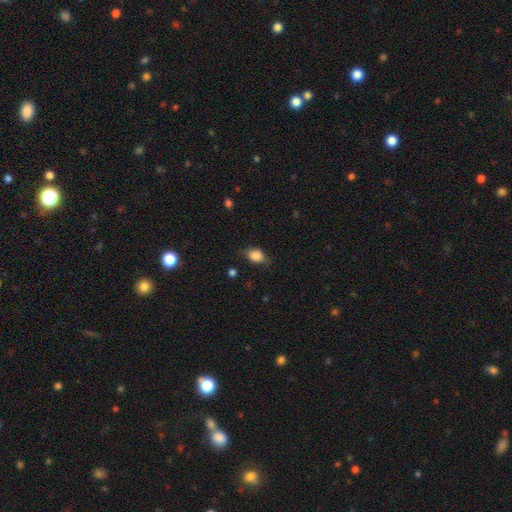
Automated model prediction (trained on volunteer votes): This appears to be a smooth galaxy with no disk features (83%) that is in between round and cigar-shaped (67%). Merging: none (67%).